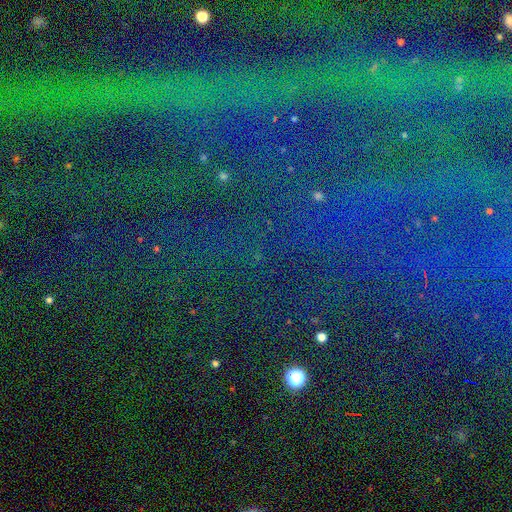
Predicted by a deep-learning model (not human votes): This appears to be a star or artifact, not a galaxy (85%).